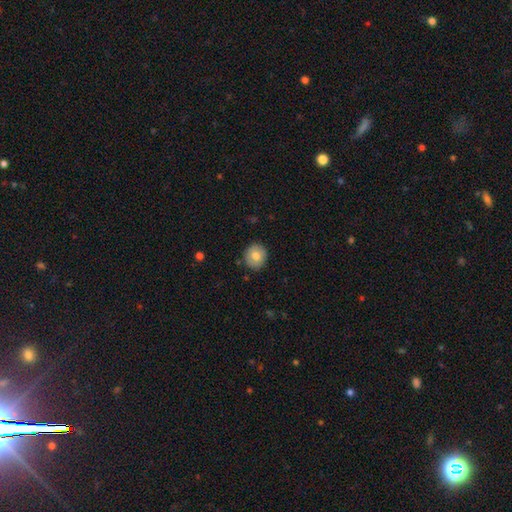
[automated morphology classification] smooth 75%, featured or disk 18%, star or artifact 8%. Down the decision tree: how rounded — round (81%); merging — none (87%).